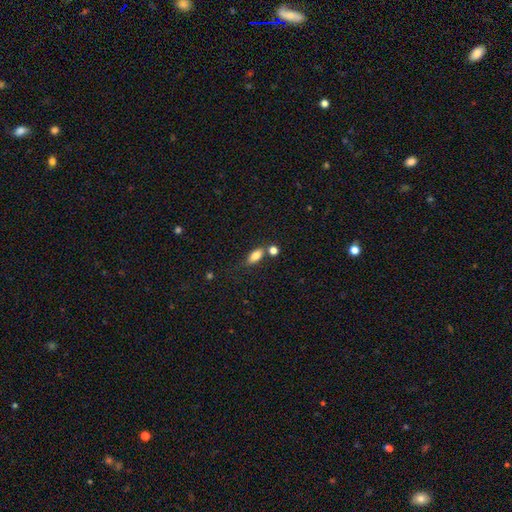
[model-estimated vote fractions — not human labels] Smooth or featured: smooth — 81% (featured or disk — 10%)
How rounded: in between — 85% (cigar-shaped — 10%)
Merging: none — 62% (merger — 17%)